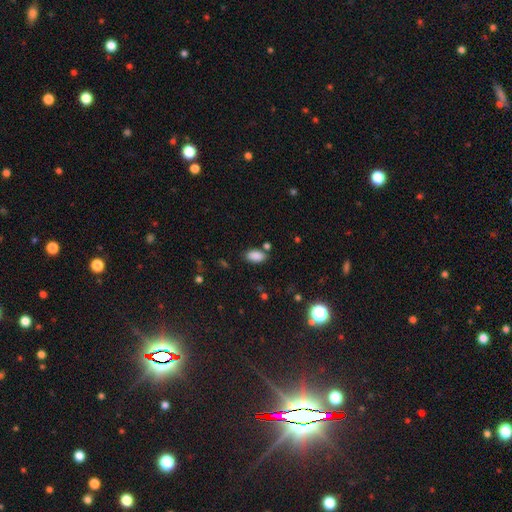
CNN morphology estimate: Smooth or featured: smooth — 87% (star or artifact — 9%)
How rounded: in between — 93% (round — 5%)
Merging: none — 78% (minor disturbance — 13%)